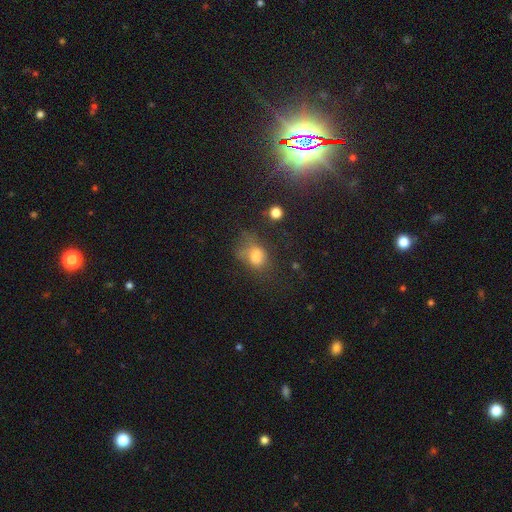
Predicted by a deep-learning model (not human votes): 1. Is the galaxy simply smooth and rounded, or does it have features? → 70% smooth, 15% featured or disk, 14% star or artifact.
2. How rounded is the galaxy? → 65% in between, 33% round, 2% cigar-shaped.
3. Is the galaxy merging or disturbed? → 33% none (tied), 33% major disturbance (tied), 26% minor disturbance, 8% merger.